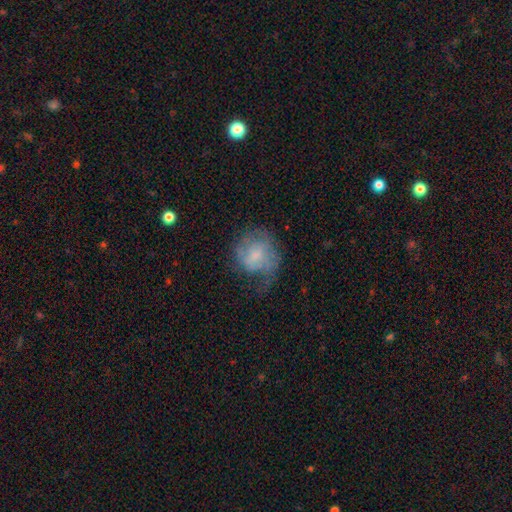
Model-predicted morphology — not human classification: smooth_or_featured: featured or disk (p=0.46) [alt: smooth p=0.45]
merging: none (p=0.39) [alt: major disturbance p=0.33]